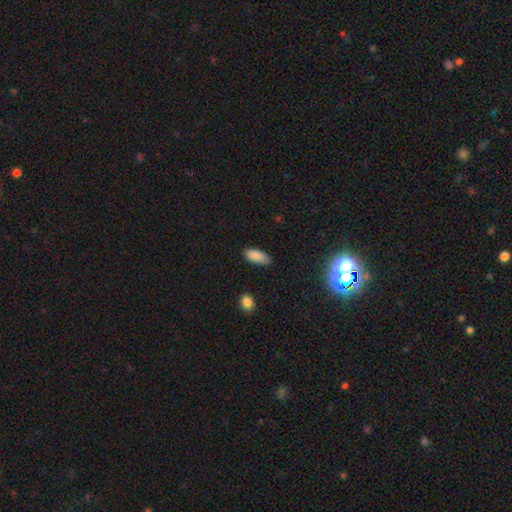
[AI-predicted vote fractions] A smooth galaxy with no disk features (87%) that is in between round and cigar-shaped (85%). Merging: none (78%).